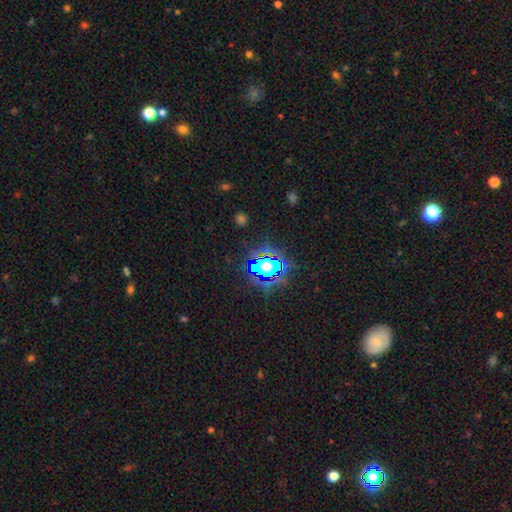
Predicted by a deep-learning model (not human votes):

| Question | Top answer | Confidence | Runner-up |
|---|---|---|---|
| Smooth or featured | star or artifact | 76% | smooth (15%) |